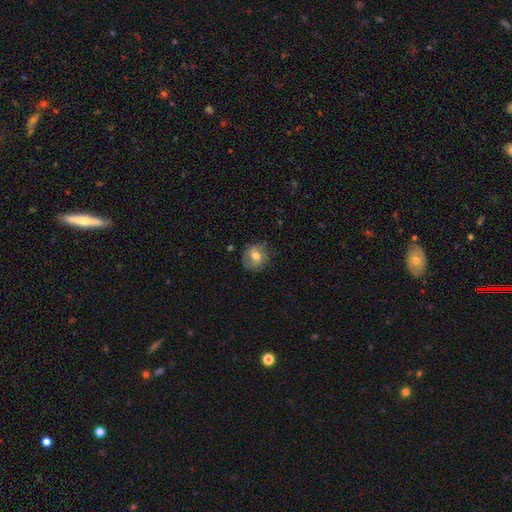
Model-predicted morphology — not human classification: A smooth galaxy with no disk features (56%) that is round (74%). Merging: none (73%).